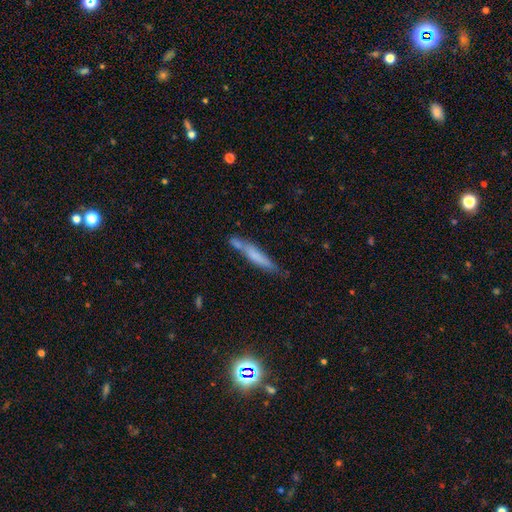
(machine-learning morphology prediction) Q: Smooth or featured?
A: smooth (63%); runner-up: featured or disk (30%)
Q: How rounded?
A: cigar-shaped (90%); runner-up: in between (9%)
Q: Merging?
A: none (58%); runner-up: minor disturbance (20%)